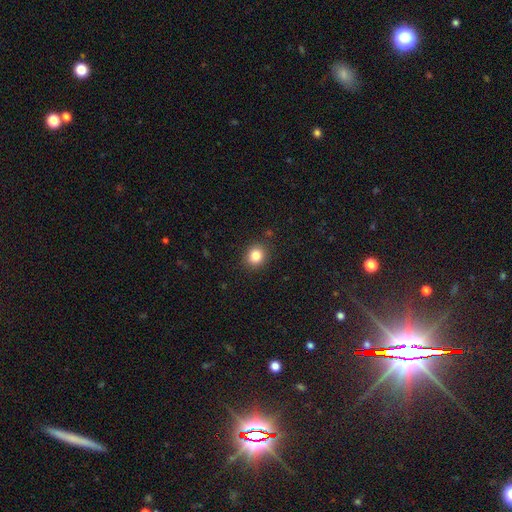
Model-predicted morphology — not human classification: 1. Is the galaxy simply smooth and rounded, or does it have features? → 83% smooth, 11% star or artifact, 6% featured or disk.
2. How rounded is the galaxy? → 76% round, 23% in between, 1% cigar-shaped.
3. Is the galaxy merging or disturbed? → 89% none, 8% minor disturbance, 2% major disturbance, 1% merger.